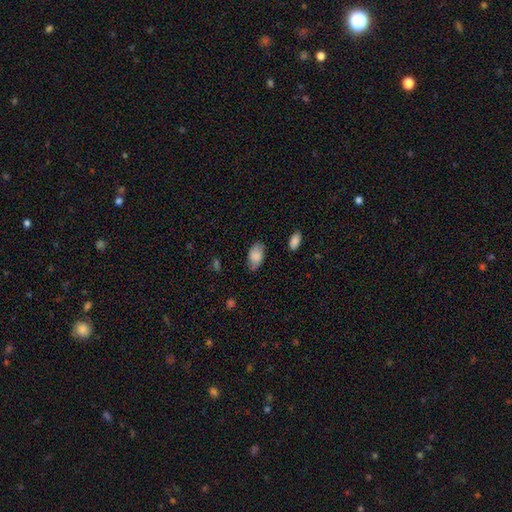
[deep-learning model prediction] Q: Smooth or featured?
A: smooth (80%); runner-up: featured or disk (12%)
Q: How rounded?
A: in between (94%); runner-up: round (5%)
Q: Merging?
A: none (71%); runner-up: minor disturbance (23%)